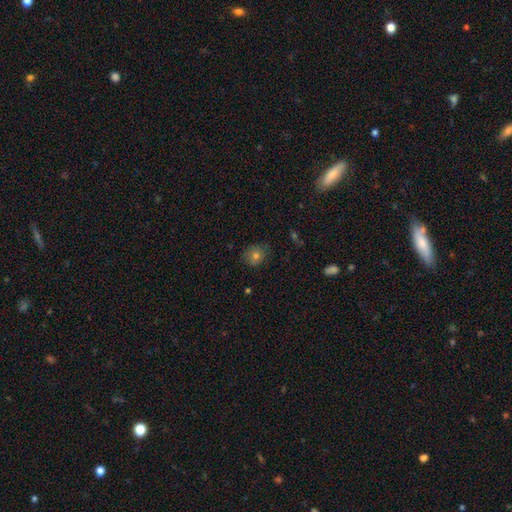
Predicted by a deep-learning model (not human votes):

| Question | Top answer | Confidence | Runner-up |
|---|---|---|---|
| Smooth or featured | smooth | 70% | star or artifact (16%) |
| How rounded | round | 66% | in between (33%) |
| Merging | none | 79% | minor disturbance (16%) |